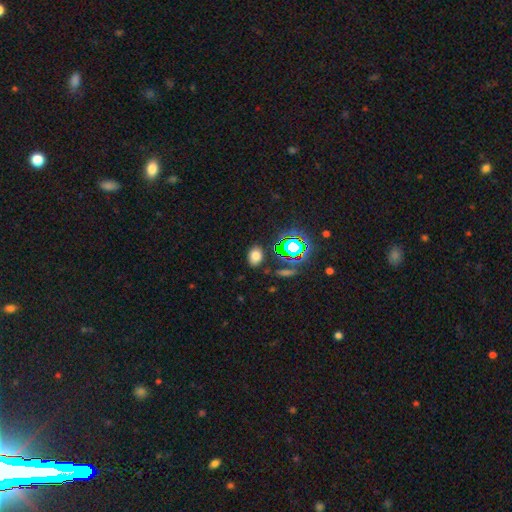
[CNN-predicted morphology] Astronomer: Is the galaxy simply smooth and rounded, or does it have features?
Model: smooth — 71%.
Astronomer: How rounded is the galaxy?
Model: in between — 73%.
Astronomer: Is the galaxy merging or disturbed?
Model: none — 83%.